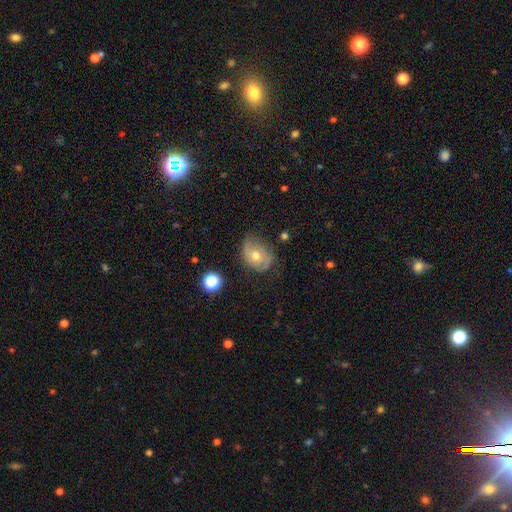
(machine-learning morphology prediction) Overall: smooth (51%; featured or disk 39%). How rounded: in between (57%; round 42%). Merging: none (55%; minor disturbance 32%).